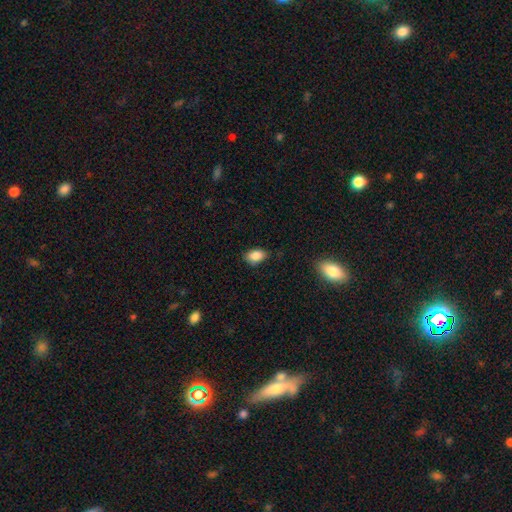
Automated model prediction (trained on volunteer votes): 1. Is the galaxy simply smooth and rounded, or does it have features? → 87% smooth, 8% star or artifact, 5% featured or disk.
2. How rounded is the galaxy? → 87% in between, 11% round, 2% cigar-shaped.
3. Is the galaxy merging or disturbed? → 81% none, 15% minor disturbance, 3% major disturbance, 1% merger.